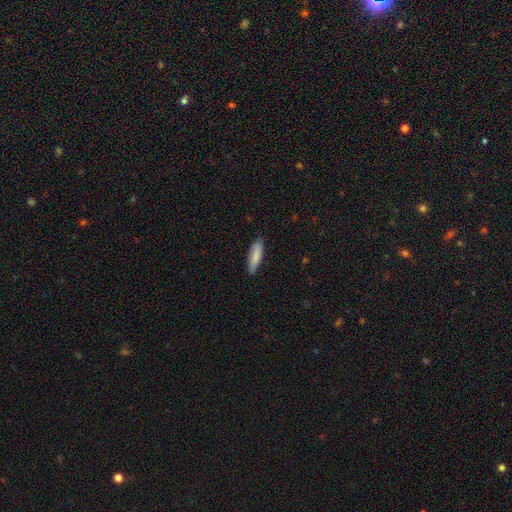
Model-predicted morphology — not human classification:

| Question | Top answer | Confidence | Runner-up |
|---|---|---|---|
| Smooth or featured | smooth | 84% | featured or disk (11%) |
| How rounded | cigar-shaped | 61% | in between (38%) |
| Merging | none | 78% | minor disturbance (18%) |